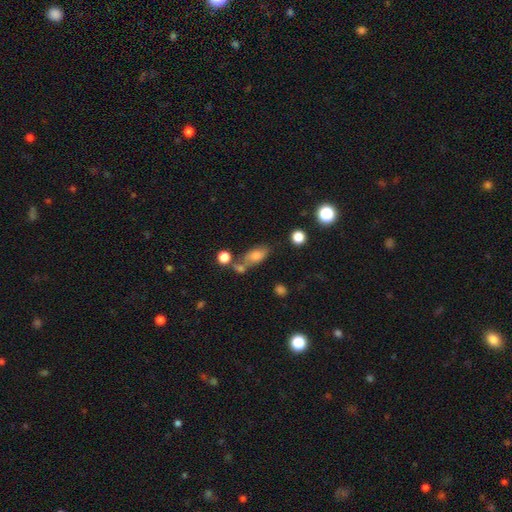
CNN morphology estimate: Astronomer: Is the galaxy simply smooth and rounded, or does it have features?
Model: smooth — 74%.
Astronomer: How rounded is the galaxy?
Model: in between — 82%.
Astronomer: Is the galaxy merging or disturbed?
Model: none — 51%.